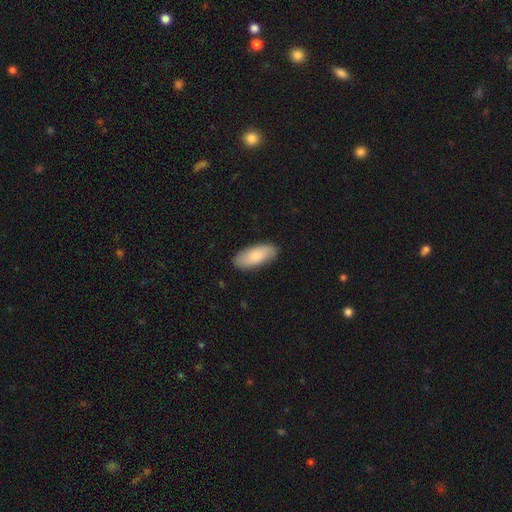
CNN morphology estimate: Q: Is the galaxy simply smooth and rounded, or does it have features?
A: smooth — 80%.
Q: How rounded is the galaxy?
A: in between — 82%.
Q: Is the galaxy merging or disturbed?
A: none — 86%.